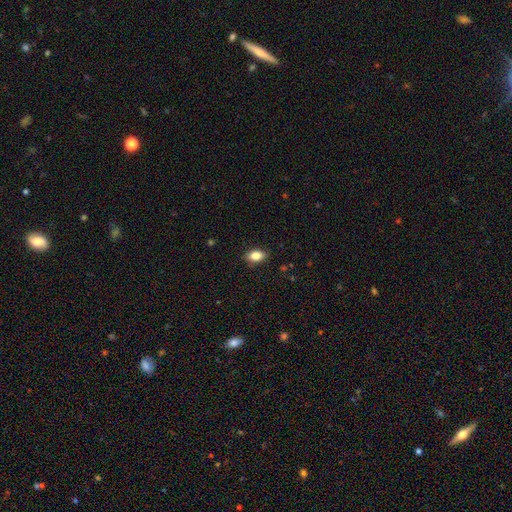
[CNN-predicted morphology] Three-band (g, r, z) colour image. It shows a smooth galaxy with no disk features (83%) that is in between round and cigar-shaped (87%). Merging: none (87%).